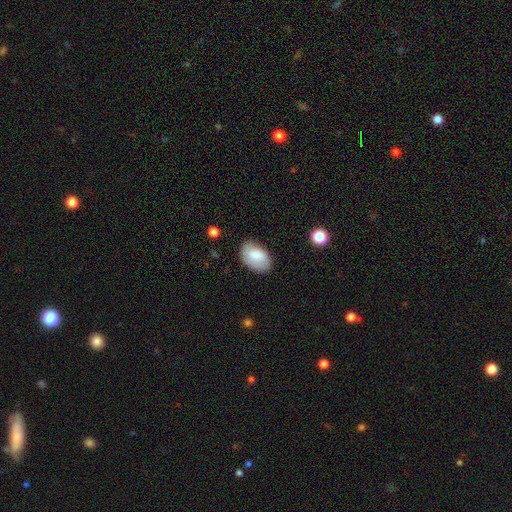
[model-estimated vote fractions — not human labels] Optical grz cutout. It shows a smooth galaxy with no disk features (81%) that is in between round and cigar-shaped (92%). Merging: none (73%).